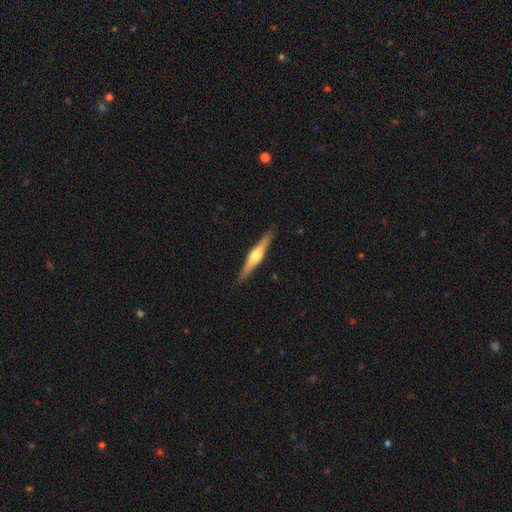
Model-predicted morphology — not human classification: A featured or disk galaxy (68%) viewed edge-on (97%) with a rounded central bulge (93%).

Vote fractions:
- Smooth or featured? featured or disk: 68% / smooth: 27% / star or artifact: 5%
- Edge-on disk? yes: 97% / no: 3%
- Edge-on bulge? rounded: 93% / boxy: 4% / none: 4%
- Merging? none: 91% / minor disturbance: 7% / major disturbance: 1% / merger: 1%